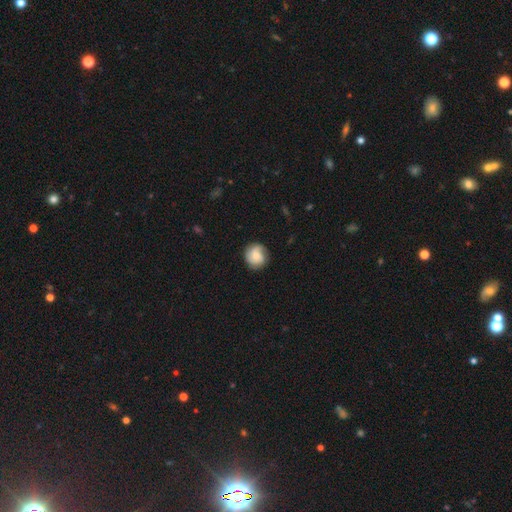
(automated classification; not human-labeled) Smooth or featured? smooth (57%)
How rounded? round (88%)
Merging? none (80%)